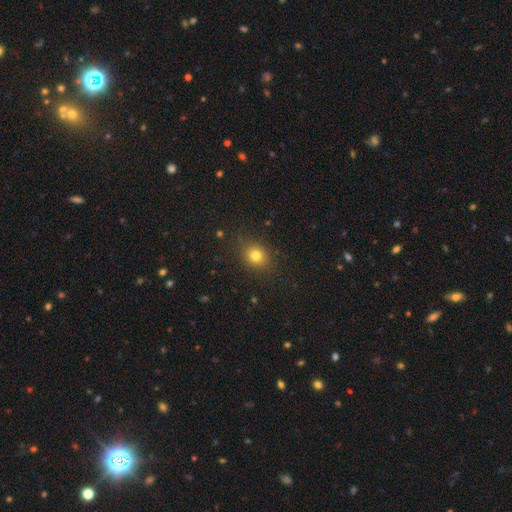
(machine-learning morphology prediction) Smooth or featured?
  - smooth: 79% *
  - star or artifact: 14%
  - featured or disk: 7%
How rounded?
  - round: 67% *
  - in between: 32%
  - cigar-shaped: 1%
Merging?
  - none: 84% *
  - minor disturbance: 11%
  - major disturbance: 4%
  - merger: 1%